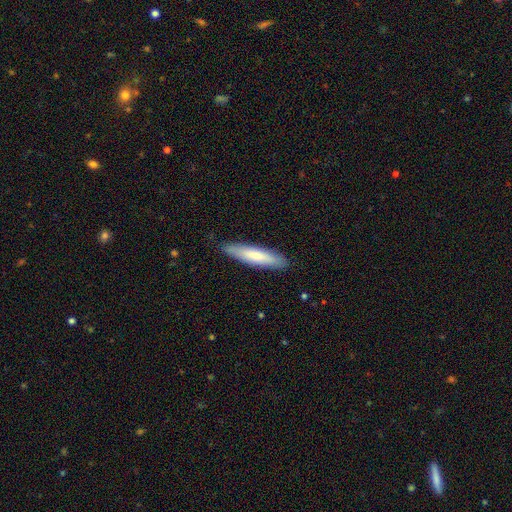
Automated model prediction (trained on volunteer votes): This appears to be a smooth galaxy with no disk features (74%) that is cigar-shaped (84%). Merging: none (88%).